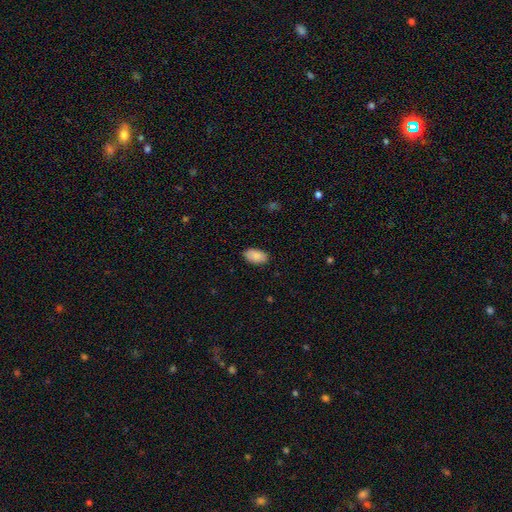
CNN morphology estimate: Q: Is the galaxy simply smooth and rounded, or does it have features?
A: smooth — 88%.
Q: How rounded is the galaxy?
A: in between — 95%.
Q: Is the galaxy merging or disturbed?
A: none — 86%.